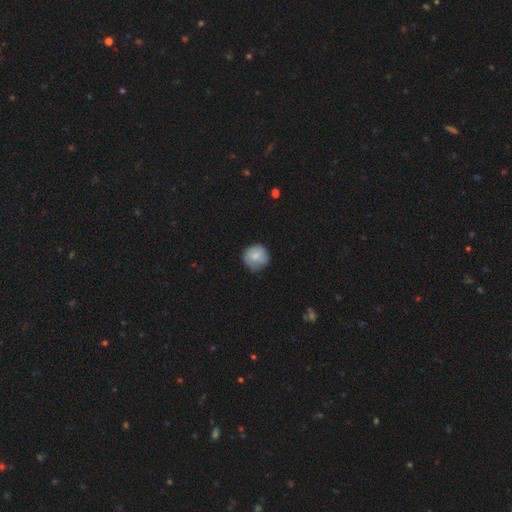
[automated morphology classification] This is likely a smooth galaxy (69%). How rounded: clearly round (92%). Merging: likely none (72%).